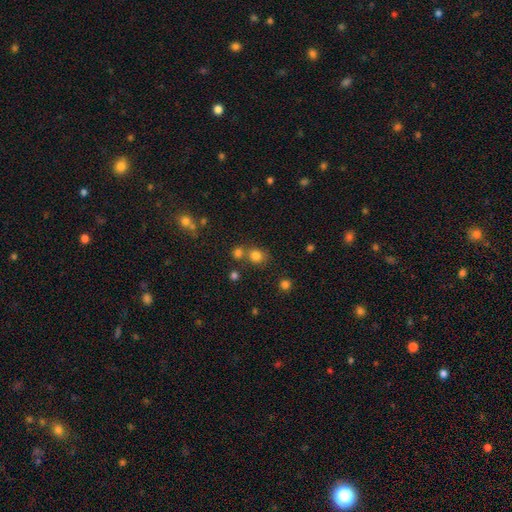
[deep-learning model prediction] Smooth or featured: smooth — 78% (star or artifact — 15%)
How rounded: round — 77% (in between — 22%)
Merging: none — 62% (merger — 25%)